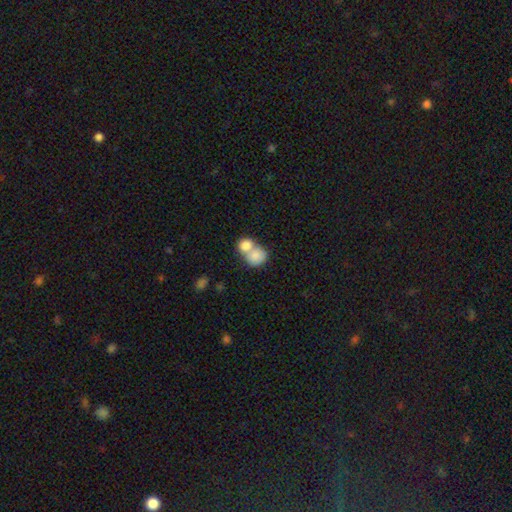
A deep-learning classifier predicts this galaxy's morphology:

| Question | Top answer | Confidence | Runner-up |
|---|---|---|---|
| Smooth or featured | smooth | 80% | featured or disk (13%) |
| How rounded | round | 64% | in between (35%) |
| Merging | merger | 71% | none (21%) |